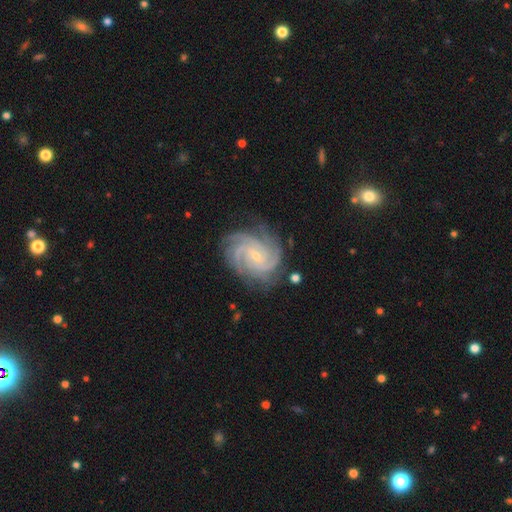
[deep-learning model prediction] This is clearly a featured or disk galaxy (92%). It is clearly not viewed edge-on (98%). Bar: possibly no (51%). Spiral arm pattern: clearly yes (99%). Spiral arm count: marginally 4 (45%). Spiral winding: likely tight (74%). Central bulge: likely small (76%). Merging: likely none (80%).